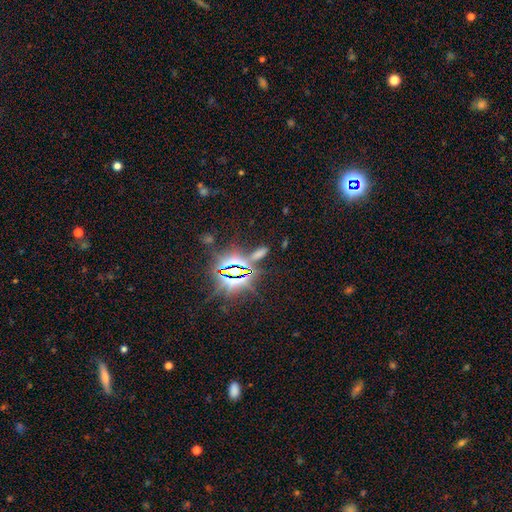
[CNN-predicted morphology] Smooth or featured: star or artifact — 64% (smooth — 26%)